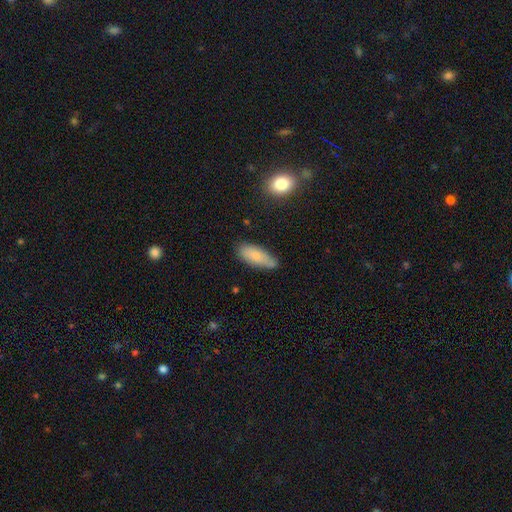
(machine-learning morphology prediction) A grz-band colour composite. It shows a smooth galaxy with no disk features (79%) that is in between round and cigar-shaped (73%). Merging: none (66%).